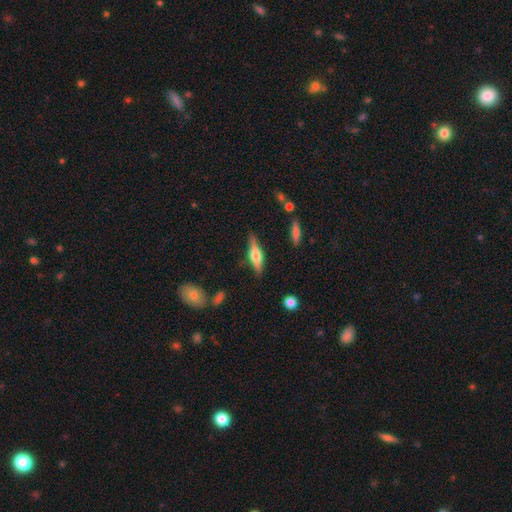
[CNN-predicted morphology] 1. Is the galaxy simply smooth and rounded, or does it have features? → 59% featured or disk, 35% smooth, 7% star or artifact.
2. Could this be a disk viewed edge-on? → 95% yes, 5% no.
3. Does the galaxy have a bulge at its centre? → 82% rounded, 16% boxy, 3% none.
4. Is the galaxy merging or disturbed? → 81% none, 13% minor disturbance, 3% major disturbance, 2% merger.